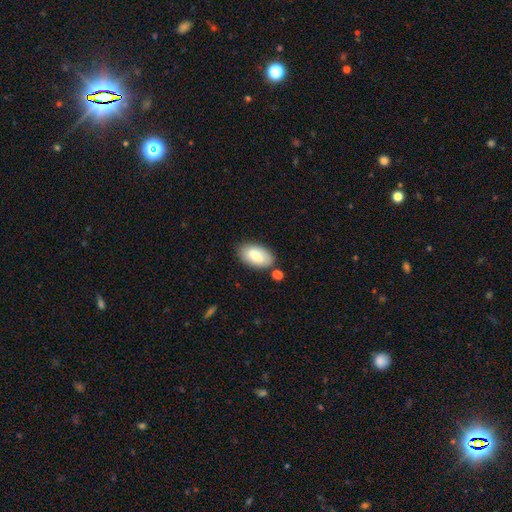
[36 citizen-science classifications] Smooth or featured: smooth — 78% (featured or disk — 22%)
How rounded: in between — 86% (round — 7%)
Merging: none — 83% (minor disturbance — 17%)